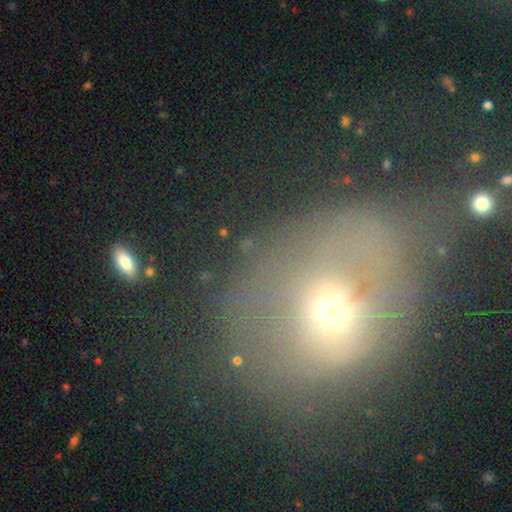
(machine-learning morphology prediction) A smooth galaxy with no disk features (44%). Merging: none (52%).